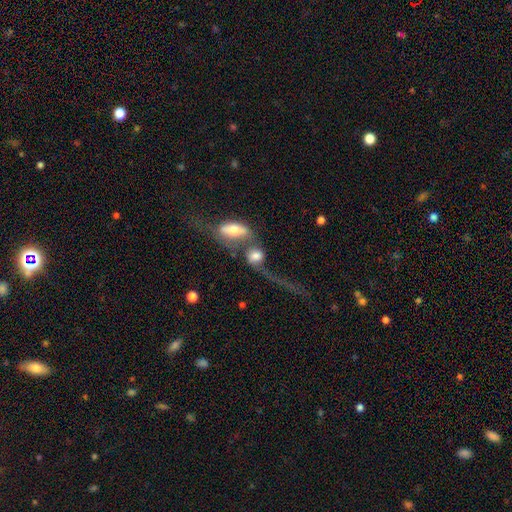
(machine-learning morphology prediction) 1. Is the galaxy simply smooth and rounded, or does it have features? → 54% smooth, 36% featured or disk, 10% star or artifact.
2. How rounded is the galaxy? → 61% in between, 32% round, 7% cigar-shaped.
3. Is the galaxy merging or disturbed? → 67% merger, 16% major disturbance, 12% none, 6% minor disturbance.